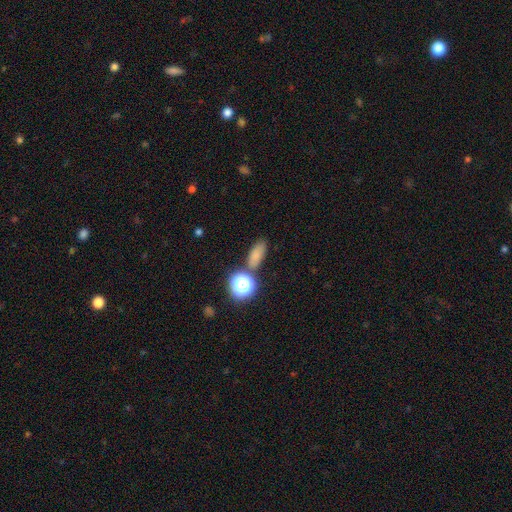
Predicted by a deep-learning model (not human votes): Smooth or featured?
  - smooth: 74% *
  - star or artifact: 18%
  - featured or disk: 9%
How rounded?
  - in between: 68% *
  - round: 19%
  - cigar-shaped: 13%
Merging?
  - none: 71% *
  - minor disturbance: 13%
  - merger: 11%
  - major disturbance: 5%